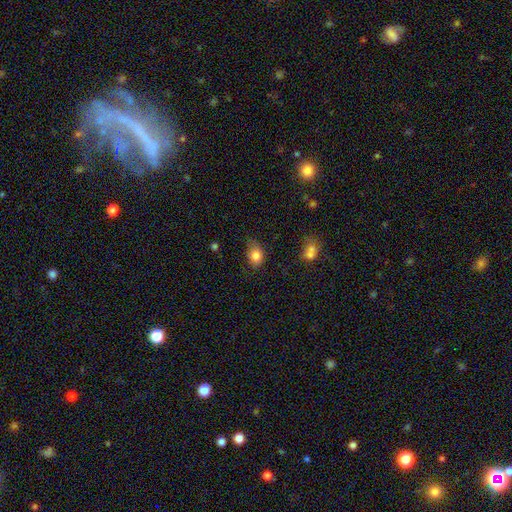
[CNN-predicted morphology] The model was most divided on "how rounded": in between: 61%, round: 38%, cigar-shaped: 1%. More confident: smooth or featured — smooth (82%); merging — none (65%).